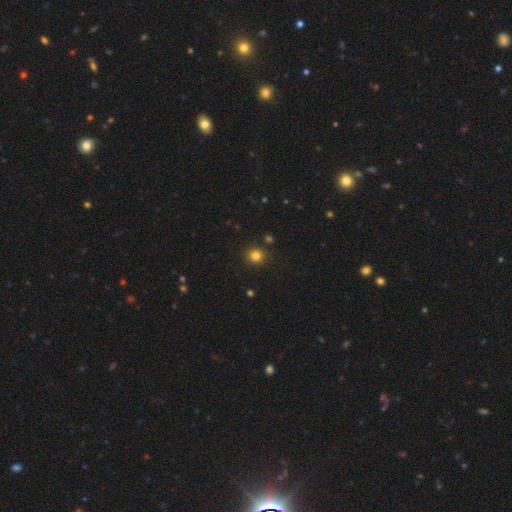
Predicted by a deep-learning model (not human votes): Smooth or featured? smooth (81%)
How rounded? round (89%)
Merging? none (88%)